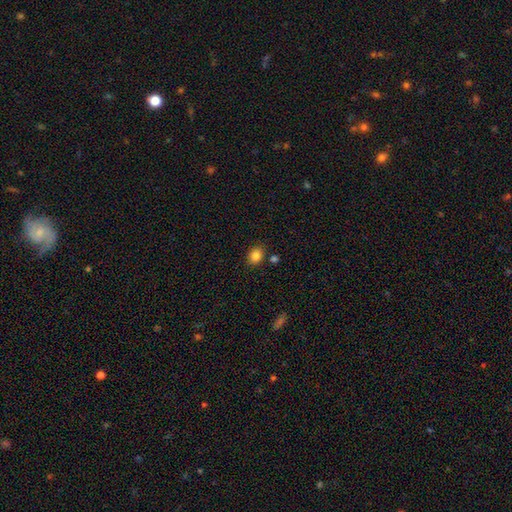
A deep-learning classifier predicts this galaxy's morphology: Smooth or featured: smooth — 84% (star or artifact — 10%)
How rounded: in between — 51% (round — 48%)
Merging: none — 83% (minor disturbance — 10%)